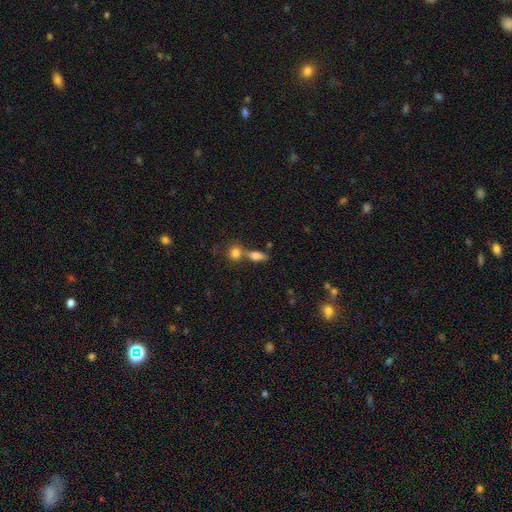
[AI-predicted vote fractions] Overall: smooth (74%). How rounded: in between (66%). Merging: none (49%; merger 37%).